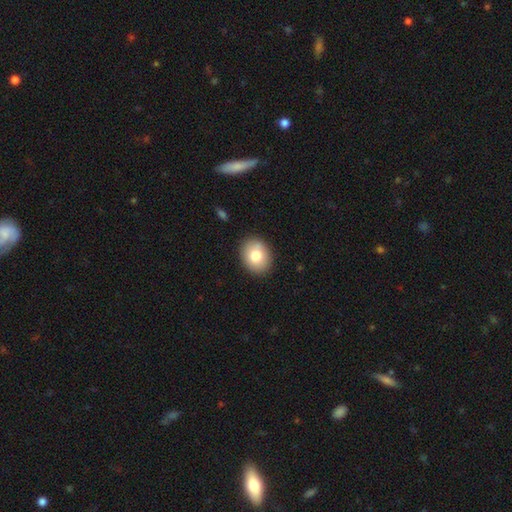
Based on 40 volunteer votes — A smooth galaxy with no disk features (80%) that is in between round and cigar-shaped (53%).

Vote fractions:
- Smooth or featured? smooth: 80% / featured or disk: 15% / star or artifact: 5%
- How rounded? in between: 53% / round: 47% / cigar-shaped: 0%
- Merging? none: 87% / minor disturbance: 8% / merger: 5% / major disturbance: 0%